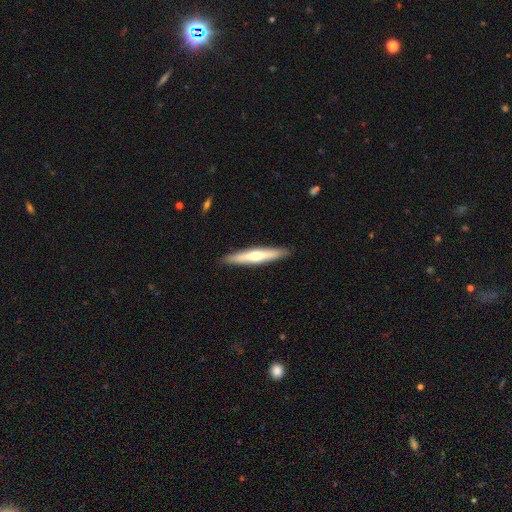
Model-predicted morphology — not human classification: Overall: featured or disk (50%; smooth 45%). Merging: none (91%).